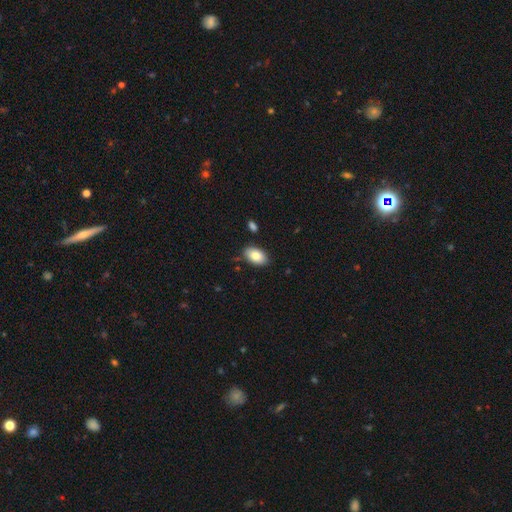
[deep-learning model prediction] smooth 84%, featured or disk 9%, star or artifact 7%. Down the decision tree: how rounded — in between (93%); merging — none (85%).